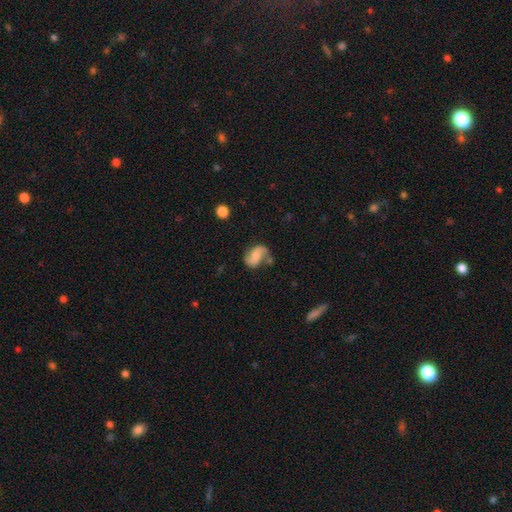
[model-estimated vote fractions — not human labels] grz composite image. It shows a featured or disk galaxy (74%) with no bar (52%), 2 (91%) loose (51%) spiral arms (95%) and no central bulge (34%). Merging: none (64%).